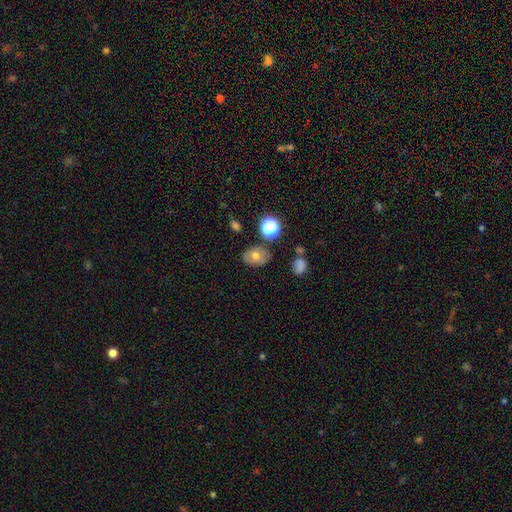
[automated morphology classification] type=smooth (62%); roundness=in between (67%); merging=none (74%).